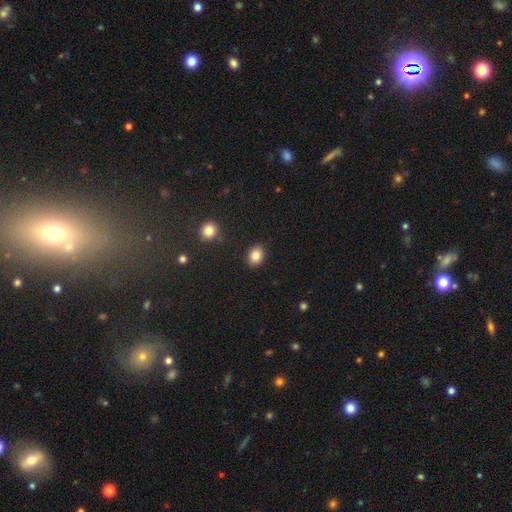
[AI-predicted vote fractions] Overall: smooth (85%). How rounded: in between (61%; round 38%). Merging: none (89%).